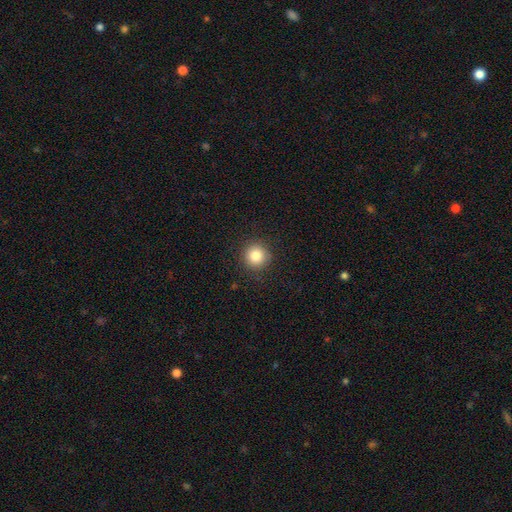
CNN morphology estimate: The model was most divided on "smooth or featured": smooth: 84%, star or artifact: 10%, featured or disk: 6%. More confident: how rounded — round (94%); merging — none (90%).